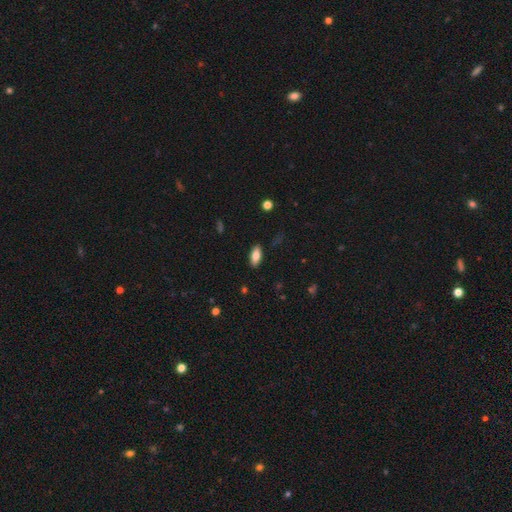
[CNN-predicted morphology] smooth_or_featured: smooth (p=0.77) [alt: featured or disk p=0.16]
how_rounded: in between (p=0.84) [alt: cigar-shaped p=0.13]
merging: none (p=0.88) [alt: minor disturbance p=0.09]